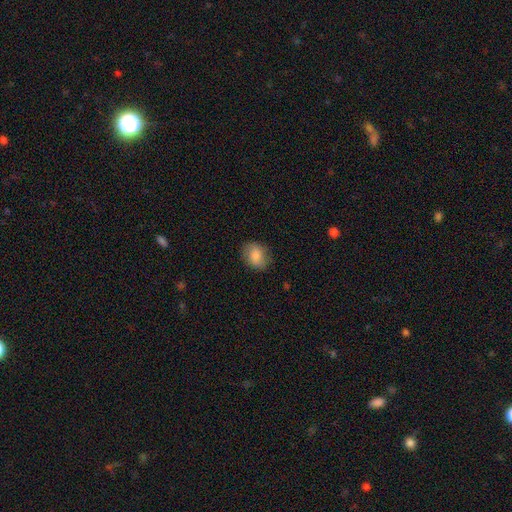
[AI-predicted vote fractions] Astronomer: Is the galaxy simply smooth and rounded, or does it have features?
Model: smooth — 83%.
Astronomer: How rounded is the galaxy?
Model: in between — 55% (runner-up: round, 43%).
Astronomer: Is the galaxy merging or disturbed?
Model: none — 83%.